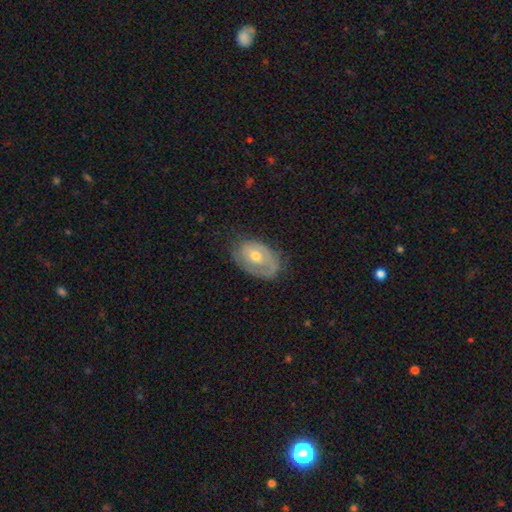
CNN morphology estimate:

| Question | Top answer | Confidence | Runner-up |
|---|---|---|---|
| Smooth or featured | featured or disk | 58% | smooth (36%) |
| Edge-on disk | no | 92% | yes (8%) |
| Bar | no | 74% | weak (21%) |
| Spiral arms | yes | 52% | no (48%) |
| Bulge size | moderate | 69% | small (26%) |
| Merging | none | 62% | minor disturbance (27%) |